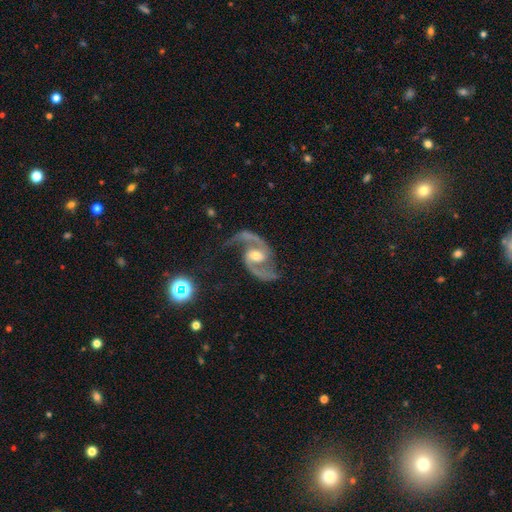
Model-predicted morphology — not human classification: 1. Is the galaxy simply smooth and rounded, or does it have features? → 93% featured or disk, 4% star or artifact, 3% smooth.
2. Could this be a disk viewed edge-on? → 98% no, 2% yes.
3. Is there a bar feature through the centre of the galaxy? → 50% weak, 32% no, 18% strong.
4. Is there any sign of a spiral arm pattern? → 98% yes, 2% no.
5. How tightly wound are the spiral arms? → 54% medium, 37% loose, 10% tight.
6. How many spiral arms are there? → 94% 2, 1% 1, 1% can't tell, 1% 3, 1% 4, 1% more than 4.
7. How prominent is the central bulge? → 66% moderate, 23% small, 7% large, 2% none, 1% dominant.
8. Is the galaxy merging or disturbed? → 72% none, 16% minor disturbance, 10% major disturbance, 2% merger.